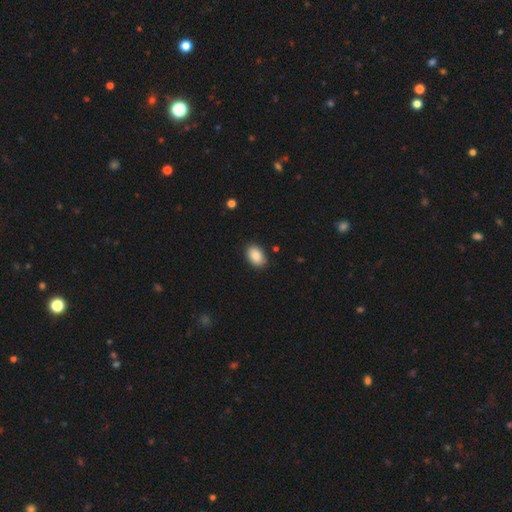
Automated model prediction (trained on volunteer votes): A smooth galaxy with no disk features (89%) that is in between round and cigar-shaped (87%). Merging: none (88%).